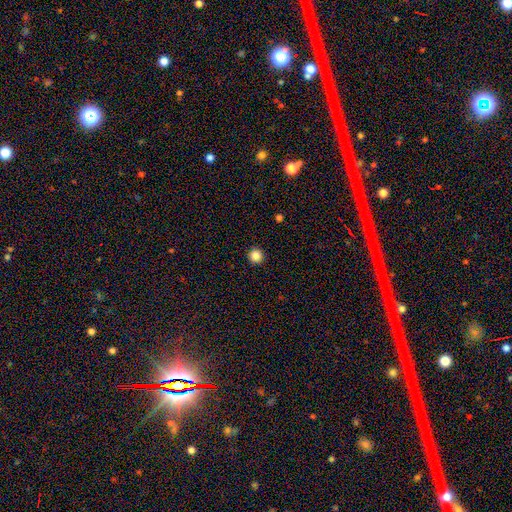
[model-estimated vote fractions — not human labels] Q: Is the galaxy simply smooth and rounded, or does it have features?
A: smooth — 86%.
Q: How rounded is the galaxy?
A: round — 96%.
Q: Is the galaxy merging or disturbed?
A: none — 93%.